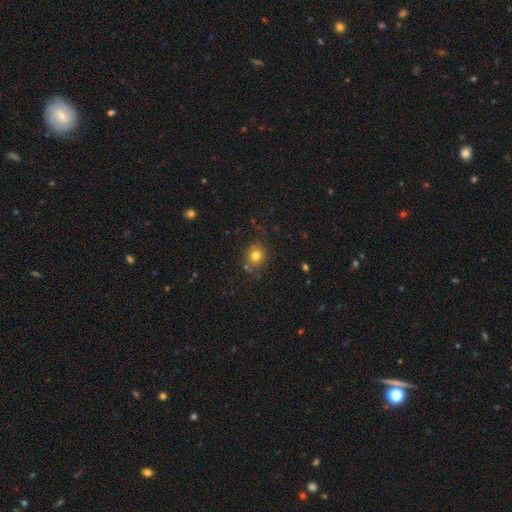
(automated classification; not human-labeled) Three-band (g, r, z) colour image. It shows a smooth galaxy with no disk features (77%) that is round (83%). Merging: none (80%).